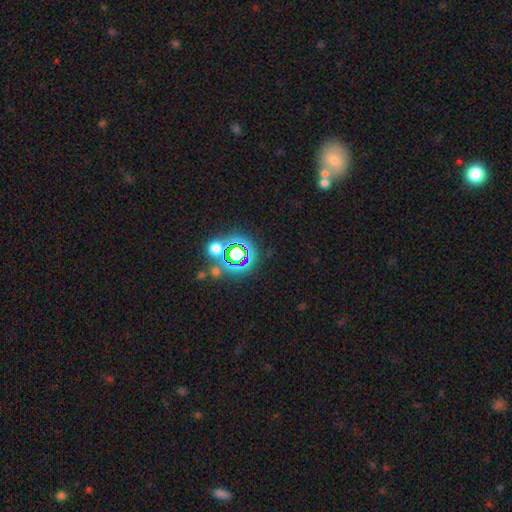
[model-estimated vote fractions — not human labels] Overall: star or artifact (72%).